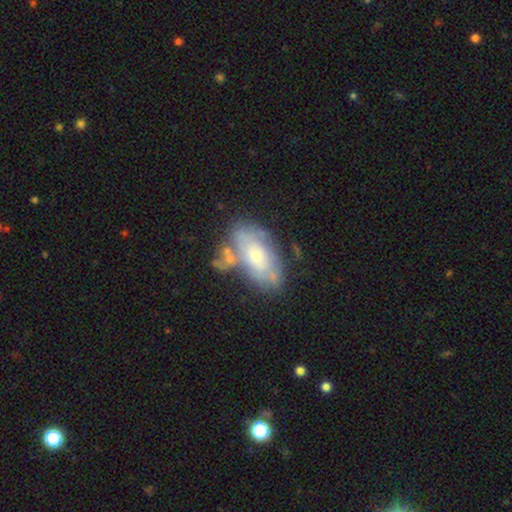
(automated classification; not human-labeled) A featured or disk galaxy (52%).

Vote fractions:
- Smooth or featured? featured or disk: 52% / smooth: 41% / star or artifact: 7%
- Edge-on disk? no: 91% / yes: 9%
- Merging? none: 49% / minor disturbance: 24% / merger: 16% / major disturbance: 11%